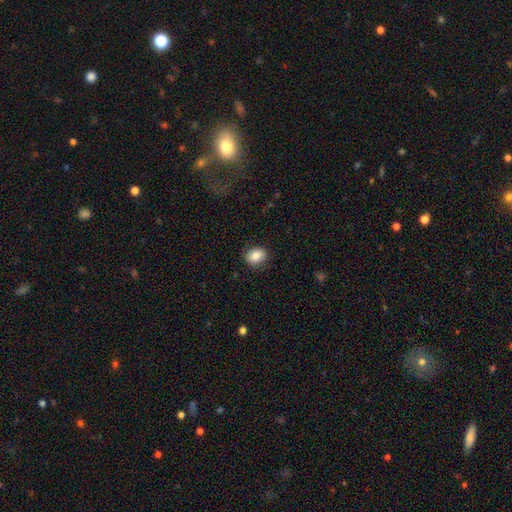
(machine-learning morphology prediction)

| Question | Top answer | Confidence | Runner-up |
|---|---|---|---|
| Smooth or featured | smooth | 83% | featured or disk (9%) |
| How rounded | round | 50% | in between (49%) |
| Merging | none | 87% | minor disturbance (9%) |